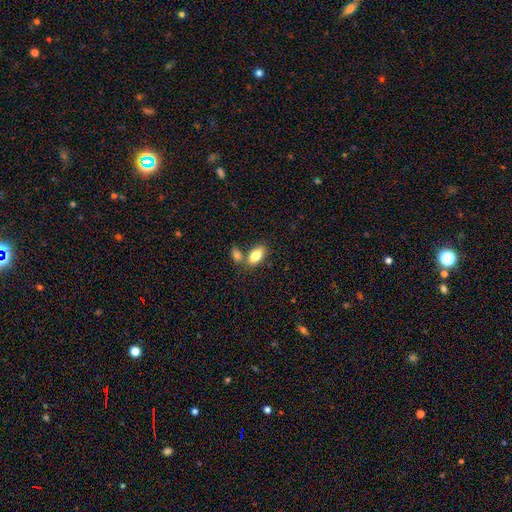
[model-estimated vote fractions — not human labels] Smooth or featured: smooth — 79% (featured or disk — 14%)
How rounded: in between — 90% (round — 5%)
Merging: none — 57% (merger — 28%)